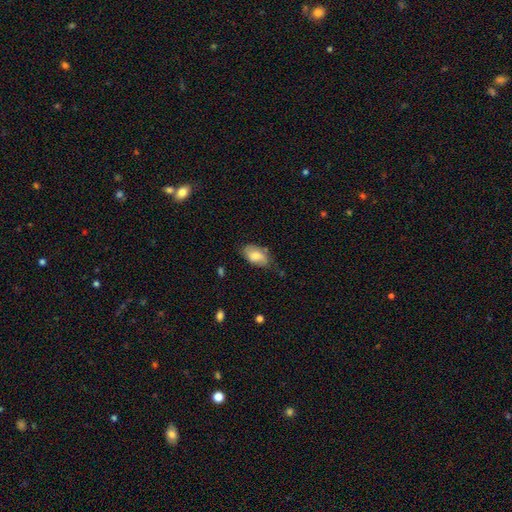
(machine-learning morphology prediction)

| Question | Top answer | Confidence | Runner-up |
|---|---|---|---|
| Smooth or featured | smooth | 72% | featured or disk (21%) |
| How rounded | in between | 93% | round (5%) |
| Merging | none | 65% | minor disturbance (27%) |